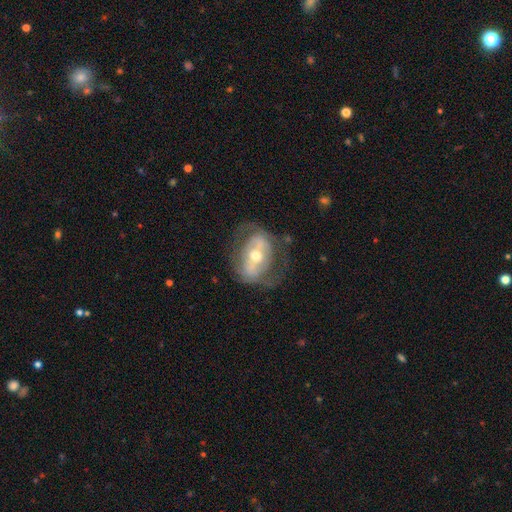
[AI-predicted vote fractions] featured or disk 71%, smooth 23%, star or artifact 6%. Down the decision tree: edge-on disk — no (93%); bar — strong (40%); spiral arms — yes (53%); bulge size — moderate (67%); merging — none (61%).